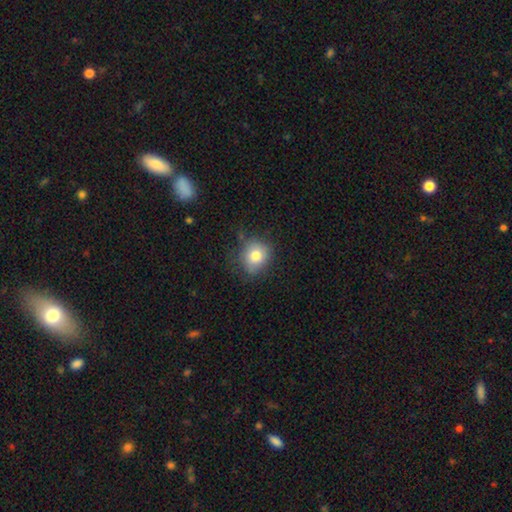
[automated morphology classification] The model was most divided on "merging": none: 72%, minor disturbance: 20%, major disturbance: 6%, merger: 2%. More confident: how rounded — round (80%); smooth or featured — smooth (79%).